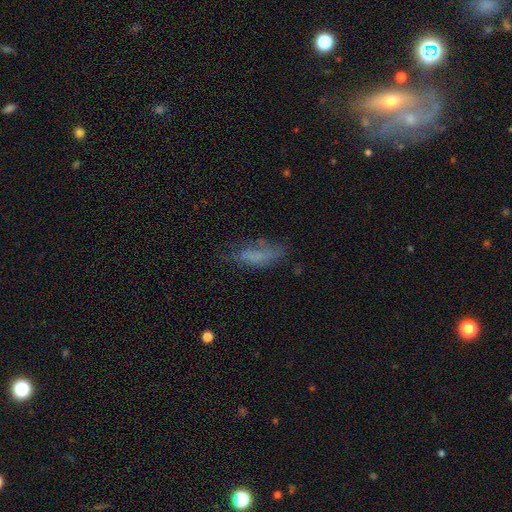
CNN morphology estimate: Overall: smooth (63%; featured or disk 25%). How rounded: in between (57%; cigar-shaped 41%). Merging: none (47%; minor disturbance 29%).